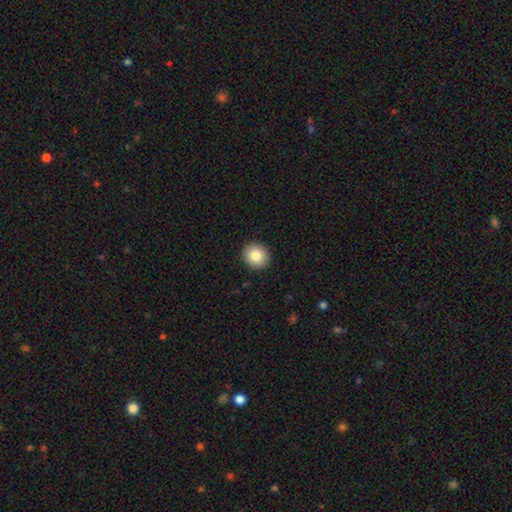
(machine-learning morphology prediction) Smooth or featured? Predicted: smooth (p=0.85). How rounded? Predicted: round (p=0.87). Merging? Predicted: none (p=0.92).